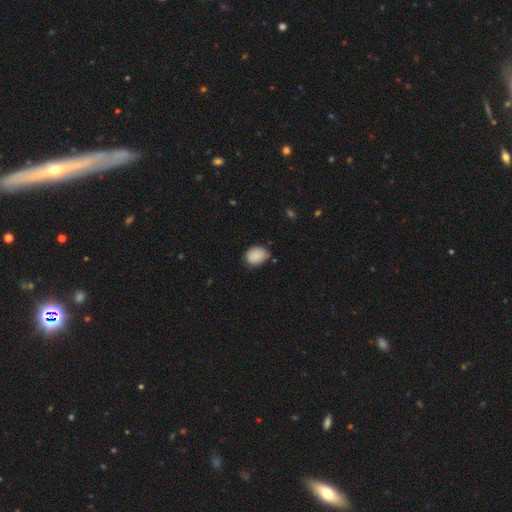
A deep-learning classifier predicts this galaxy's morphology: Smooth or featured? smooth (87%)
How rounded? in between (58%)
Merging? none (70%)